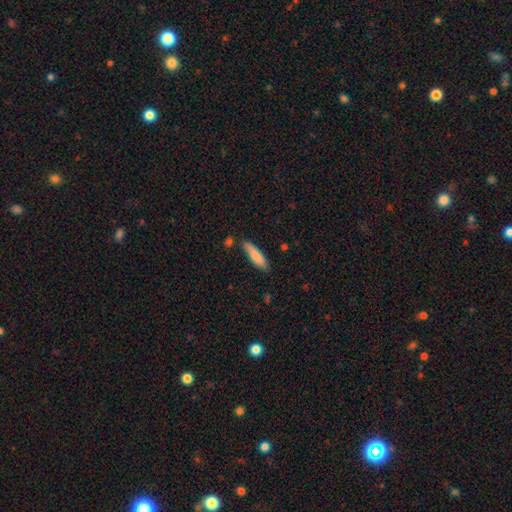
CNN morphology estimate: Q: Smooth or featured?
A: smooth (83%); runner-up: featured or disk (11%)
Q: How rounded?
A: cigar-shaped (67%); runner-up: in between (31%)
Q: Merging?
A: none (74%); runner-up: minor disturbance (18%)